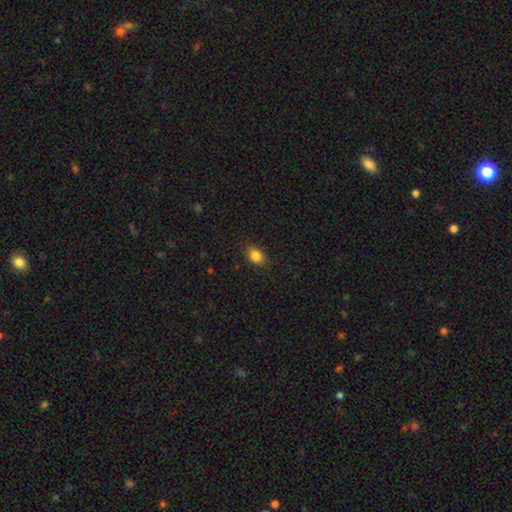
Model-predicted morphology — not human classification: This appears to be a smooth galaxy with no disk features (85%) that is in between round and cigar-shaped (76%). Merging: none (87%).